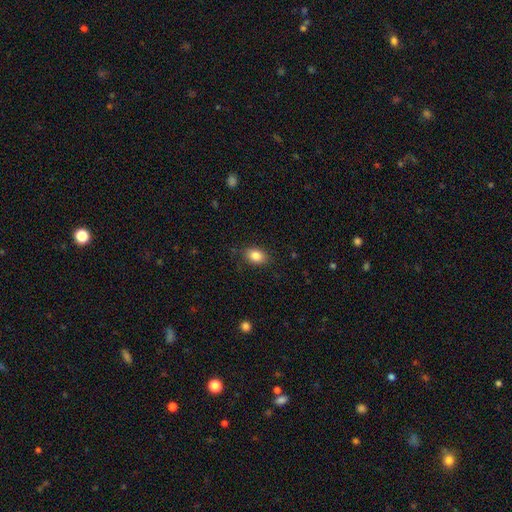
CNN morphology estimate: A smooth galaxy with no disk features (85%) that is in between round and cigar-shaped (82%).

Vote fractions:
- Smooth or featured? smooth: 85% / star or artifact: 9% / featured or disk: 7%
- How rounded? in between: 82% / round: 16% / cigar-shaped: 1%
- Merging? none: 85% / minor disturbance: 11% / major disturbance: 3% / merger: 1%